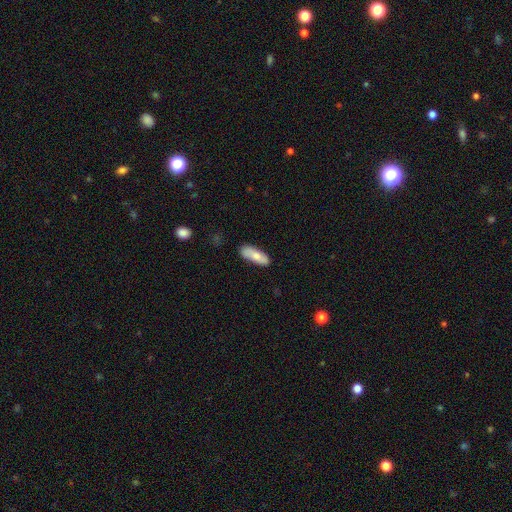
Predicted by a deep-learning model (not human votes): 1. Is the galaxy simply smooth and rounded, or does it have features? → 75% smooth, 19% featured or disk, 6% star or artifact.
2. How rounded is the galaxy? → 60% in between, 38% cigar-shaped, 2% round.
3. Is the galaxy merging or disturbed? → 82% none, 14% minor disturbance, 3% major disturbance, 2% merger.